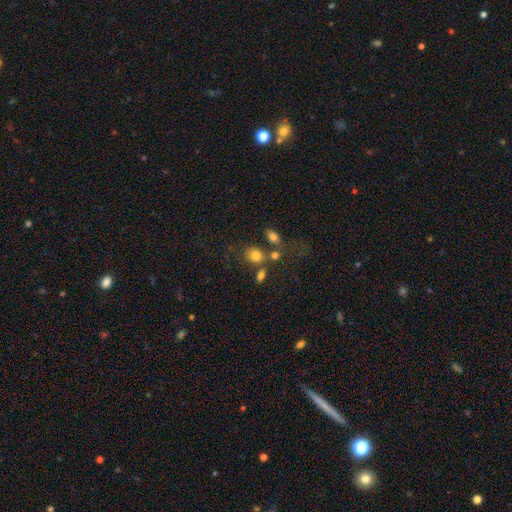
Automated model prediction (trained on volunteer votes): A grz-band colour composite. It shows a smooth galaxy with no disk features (77%) that is round (50%). Merging: none (56%).